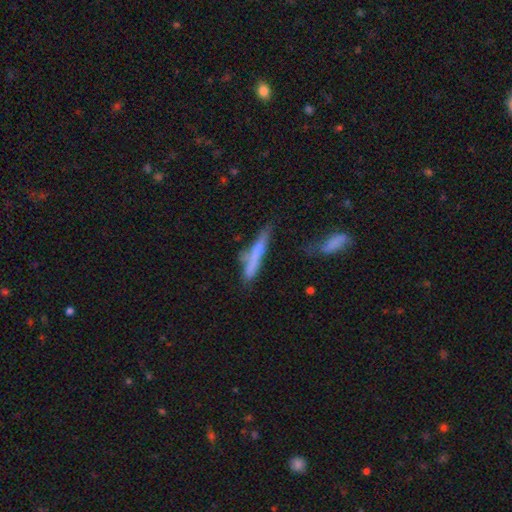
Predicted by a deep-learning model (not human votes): smooth-or-featured: smooth: 50% | featured or disk: 39% | star or artifact: 11%
  how-rounded: cigar-shaped: 92% | in between: 6% | round: 2%
  merging: none: 57% | minor disturbance: 22% | merger: 11% | major disturbance: 10%